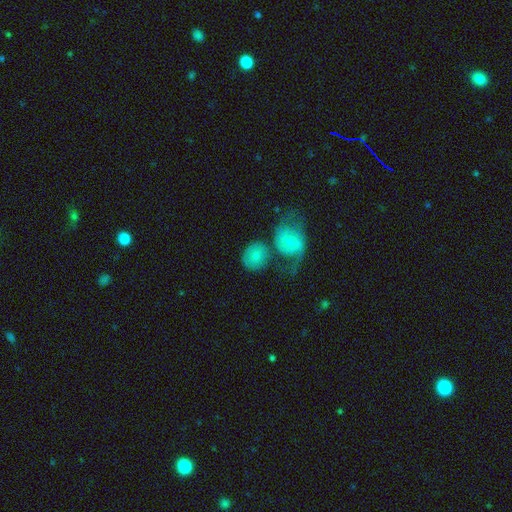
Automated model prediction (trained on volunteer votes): smooth_or_featured: smooth (p=0.71) [alt: featured or disk p=0.23]
how_rounded: round (p=0.73) [alt: in between p=0.25]
merging: none (p=0.46) [alt: merger p=0.32]